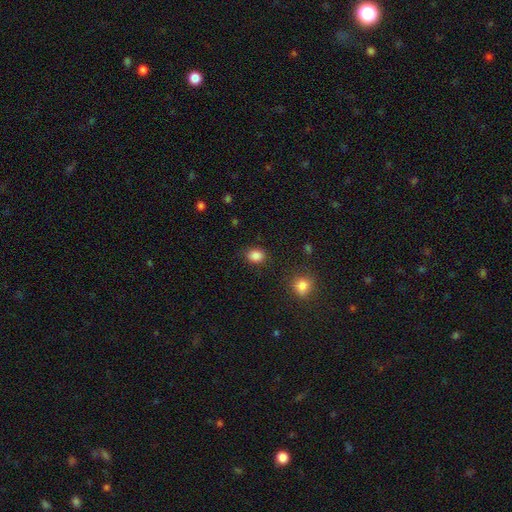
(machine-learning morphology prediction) smooth-or-featured: smooth: 87% | star or artifact: 10% | featured or disk: 3%
  how-rounded: round: 50% | in between: 49% | cigar-shaped: 1%
  merging: none: 85% | minor disturbance: 10% | major disturbance: 3% | merger: 2%